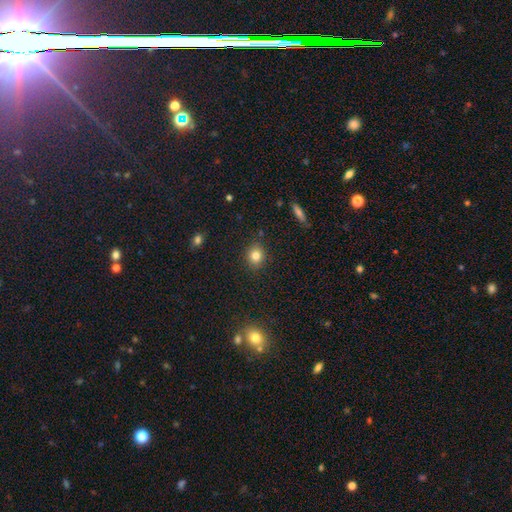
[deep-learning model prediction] This is clearly a smooth galaxy (80%). How rounded: likely round (69%). Merging: clearly none (87%).